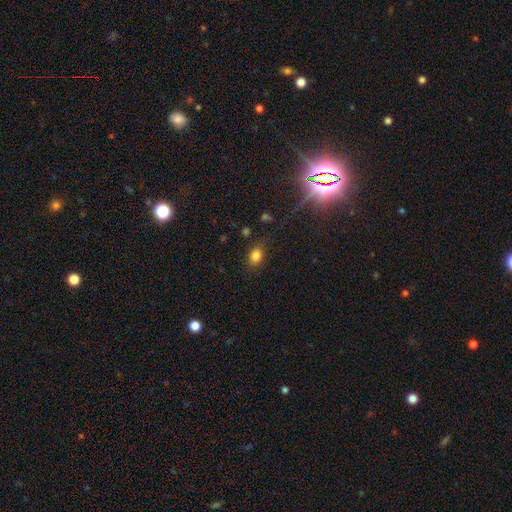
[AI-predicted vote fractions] A smooth galaxy with no disk features (81%) that is in between round and cigar-shaped (56%). Merging: none (78%).